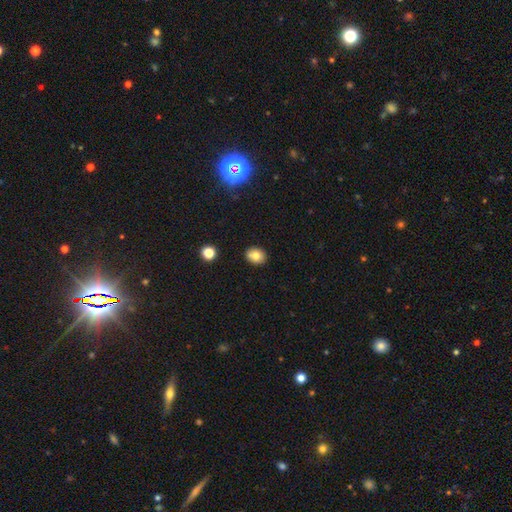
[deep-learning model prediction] smooth_or_featured: smooth (p=0.78) [alt: featured or disk p=0.11]
how_rounded: round (p=0.52) [alt: in between p=0.47]
merging: none (p=0.85) [alt: minor disturbance p=0.09]